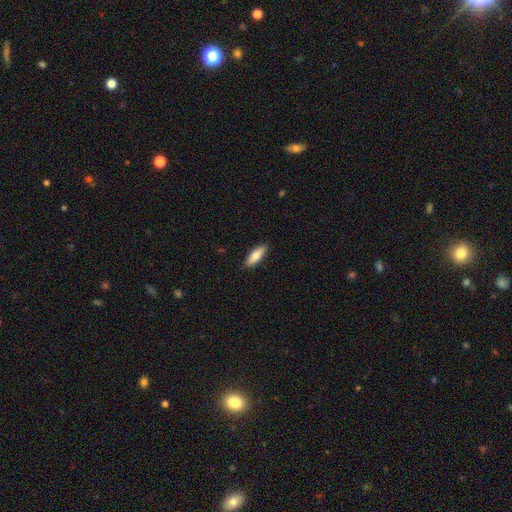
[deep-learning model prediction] Morphology: type=smooth (79%); roundness=in between (59%); merging=none (89%).